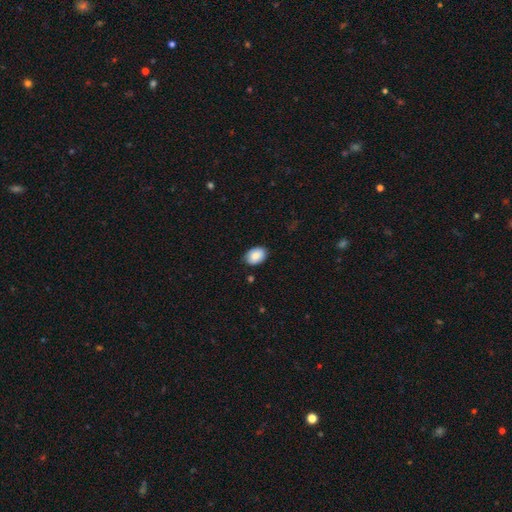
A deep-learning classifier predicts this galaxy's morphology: Smooth or featured?
  - smooth: 83% *
  - featured or disk: 10%
  - star or artifact: 7%
How rounded?
  - in between: 81% *
  - round: 18%
  - cigar-shaped: 1%
Merging?
  - none: 82% *
  - minor disturbance: 14%
  - major disturbance: 2%
  - merger: 1%